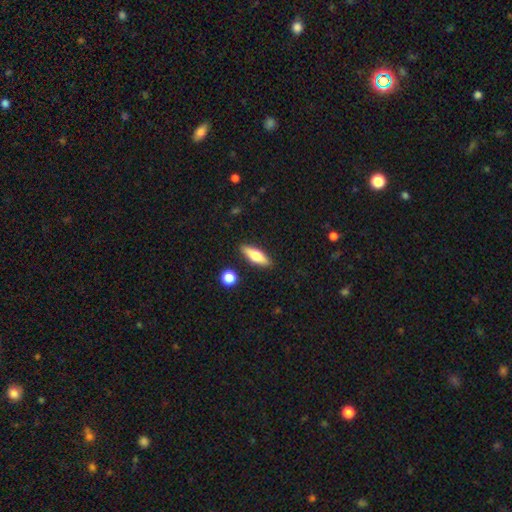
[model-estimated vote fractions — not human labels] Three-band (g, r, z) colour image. It shows a smooth galaxy with no disk features (60%) that is cigar-shaped (50%). Merging: none (88%).